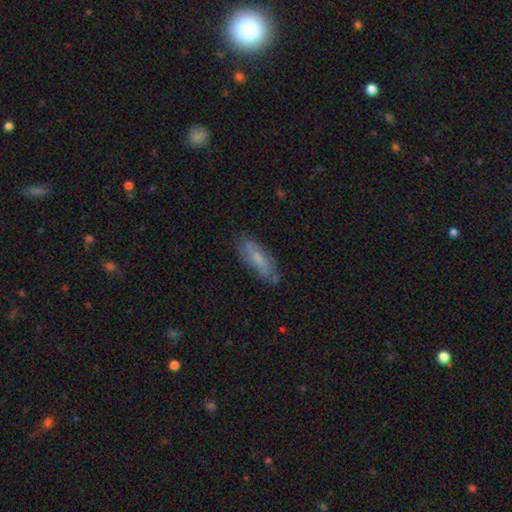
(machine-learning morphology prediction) A smooth galaxy with no disk features (50%).

Vote fractions:
- Smooth or featured? smooth: 50% / featured or disk: 41% / star or artifact: 9%
- Merging? none: 80% / minor disturbance: 15% / major disturbance: 3% / merger: 2%